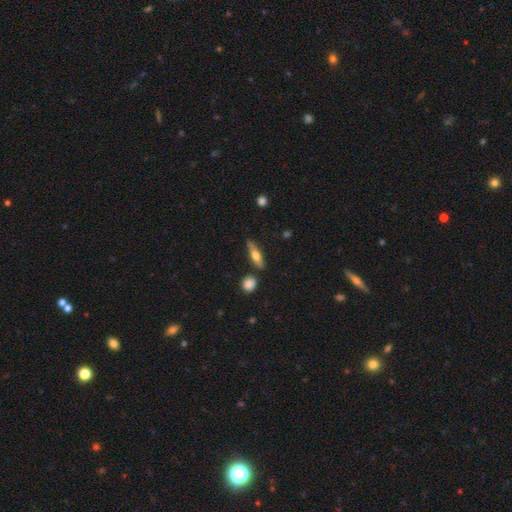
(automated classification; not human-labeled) Smooth or featured? Predicted: smooth (p=0.48). Merging? Predicted: none (p=0.81).